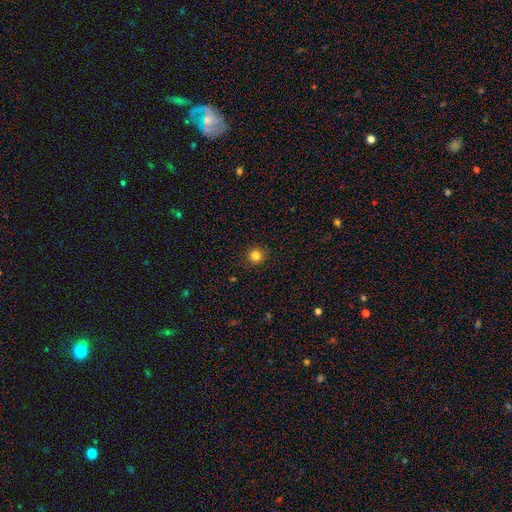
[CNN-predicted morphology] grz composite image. It shows a smooth galaxy with no disk features (83%) that is round (94%). Merging: none (91%).